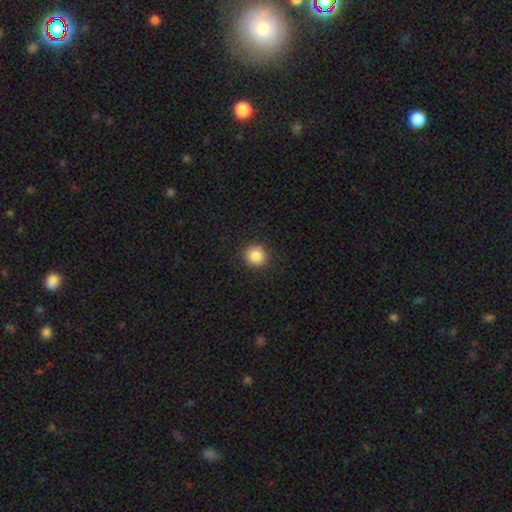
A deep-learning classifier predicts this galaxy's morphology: A smooth galaxy with no disk features (85%) that is round (90%). Merging: none (90%).